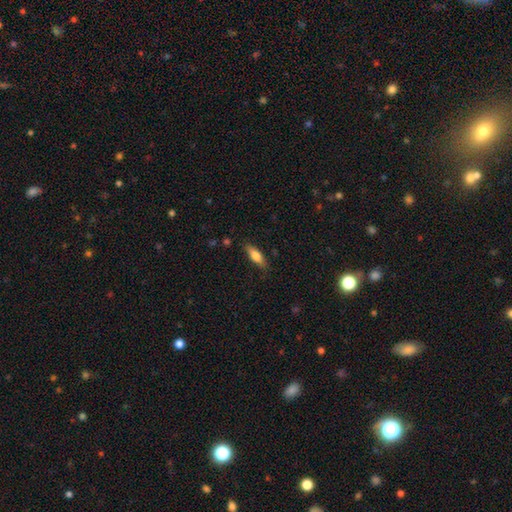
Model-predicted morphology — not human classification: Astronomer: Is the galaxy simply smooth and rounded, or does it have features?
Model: smooth — 70%.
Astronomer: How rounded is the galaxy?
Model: in between — 55% (runner-up: cigar-shaped, 43%).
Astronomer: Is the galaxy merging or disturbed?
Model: none — 83%.